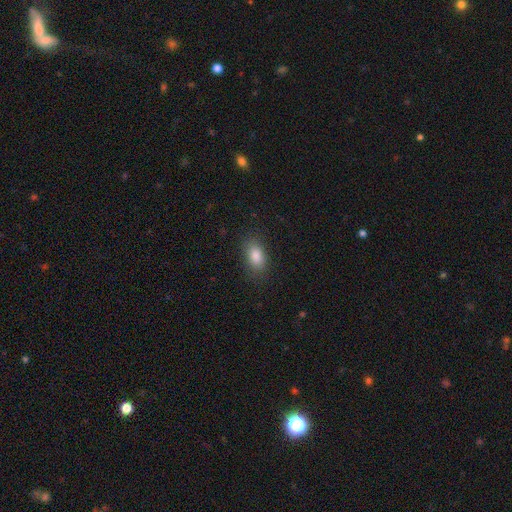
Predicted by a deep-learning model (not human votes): The model was most divided on "merging": none: 84%, minor disturbance: 12%, major disturbance: 3%, merger: 1%. More confident: how rounded — in between (88%); smooth or featured — smooth (86%).